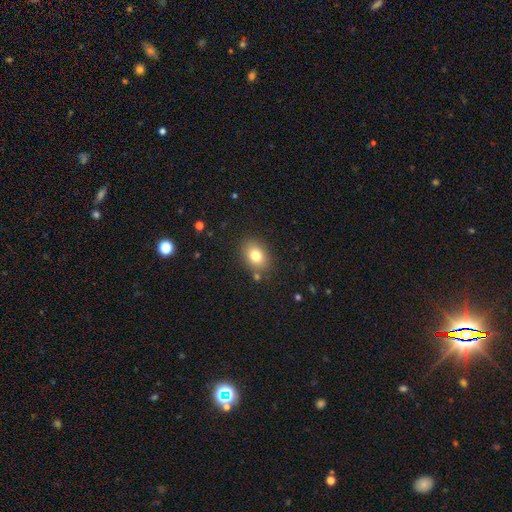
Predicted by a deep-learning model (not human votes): This is likely a smooth galaxy (79%). How rounded: likely in between (71%). Merging: clearly none (84%).